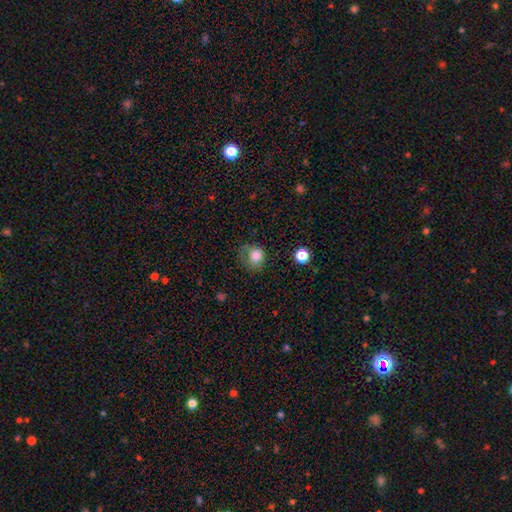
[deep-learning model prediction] smooth_or_featured: smooth (p=0.81) [alt: star or artifact p=0.10]
how_rounded: round (p=0.77) [alt: in between p=0.22]
merging: none (p=0.50) [alt: minor disturbance p=0.30]